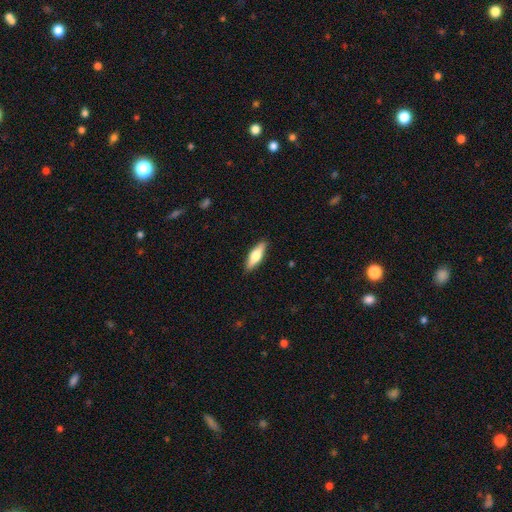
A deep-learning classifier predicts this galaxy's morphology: smooth 61%, featured or disk 34%, star or artifact 5%. Down the decision tree: how rounded — cigar-shaped (51%); merging — none (89%).